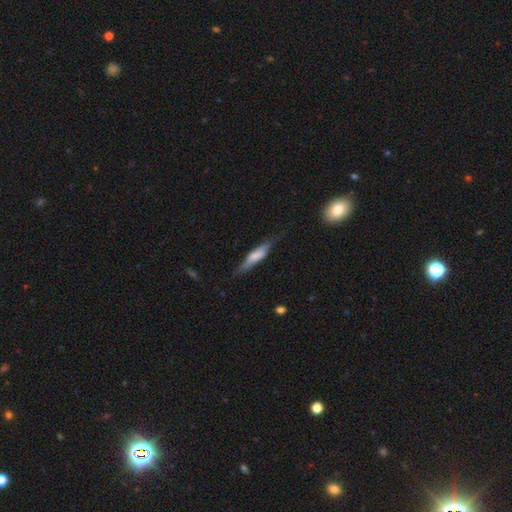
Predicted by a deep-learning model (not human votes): Q: Smooth or featured?
A: smooth (54%); runner-up: featured or disk (40%)
Q: How rounded?
A: cigar-shaped (81%); runner-up: in between (17%)
Q: Merging?
A: none (66%); runner-up: minor disturbance (25%)